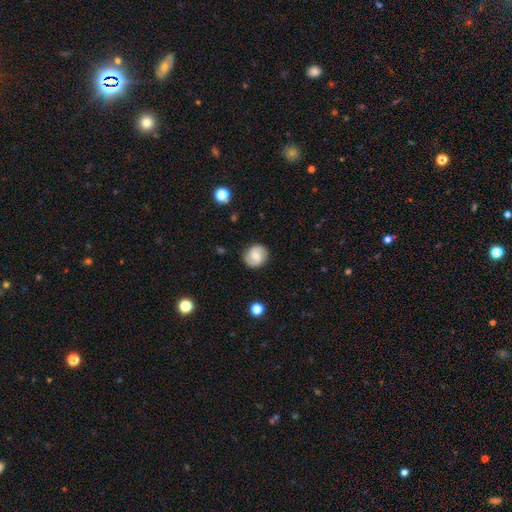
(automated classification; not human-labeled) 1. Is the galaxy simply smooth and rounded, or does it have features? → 58% smooth, 34% featured or disk, 8% star or artifact.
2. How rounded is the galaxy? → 82% round, 17% in between, 1% cigar-shaped.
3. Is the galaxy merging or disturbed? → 85% none, 11% minor disturbance, 3% major disturbance, 1% merger.